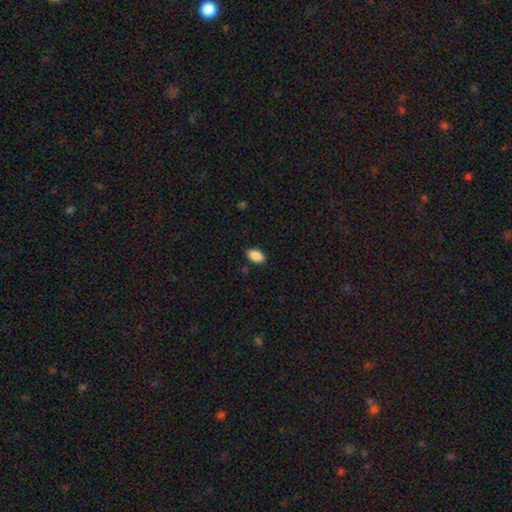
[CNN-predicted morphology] A smooth galaxy with no disk features (89%) that is in between round and cigar-shaped (92%).

Vote fractions:
- Smooth or featured? smooth: 89% / star or artifact: 8% / featured or disk: 3%
- How rounded? in between: 92% / round: 6% / cigar-shaped: 2%
- Merging? none: 84% / minor disturbance: 12% / major disturbance: 2% / merger: 1%